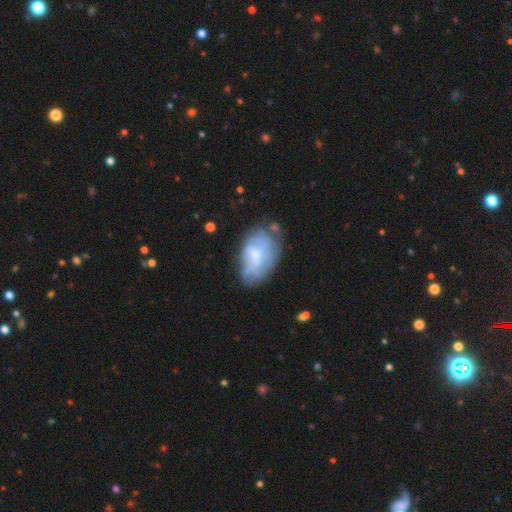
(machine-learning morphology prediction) featured or disk 47%, smooth 46%, star or artifact 7%. Down the decision tree: merging — none (48%).